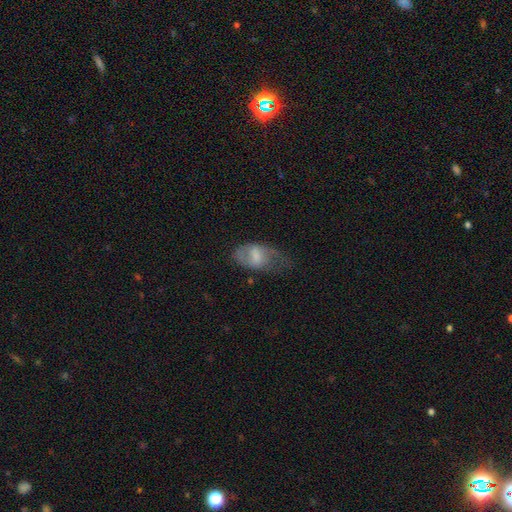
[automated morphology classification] smooth 53%, featured or disk 39%, star or artifact 8%. Down the decision tree: how rounded — in between (90%); merging — none (35%).